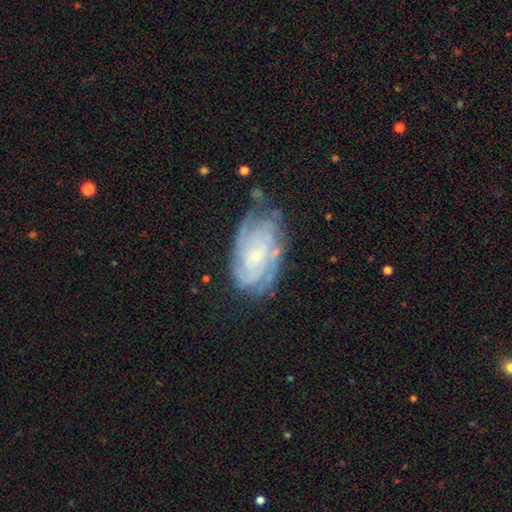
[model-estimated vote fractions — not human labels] Overall: featured or disk (80%). Edge-on disk: no (96%). Bar: no (69%). Spiral arms: yes (94%). Spiral arm count: can't tell (39%; 2 20%). Spiral winding: tight (70%). Bulge size: small (77%). Merging: none (63%; minor disturbance 25%).